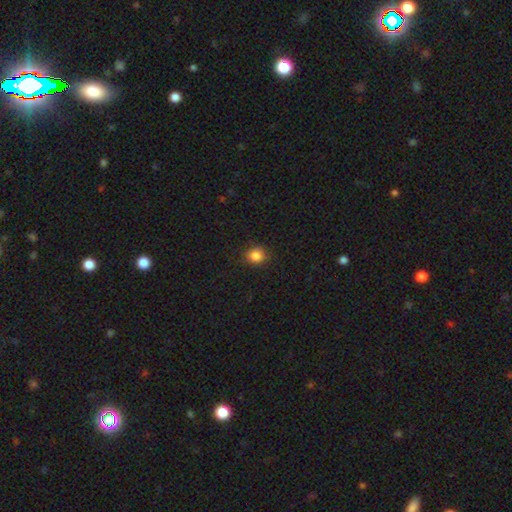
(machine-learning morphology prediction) This appears to be a smooth galaxy with no disk features (85%) that is round (80%). Merging: none (86%).